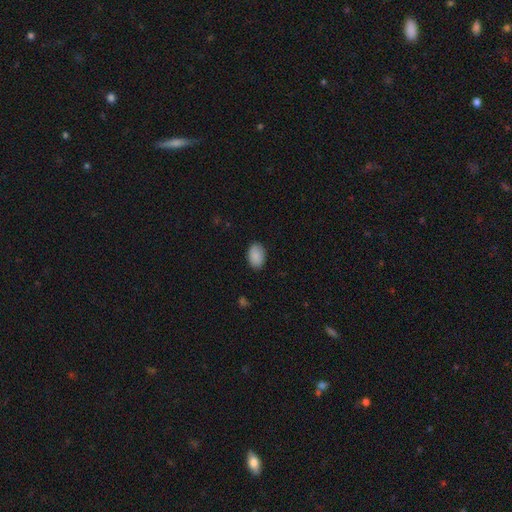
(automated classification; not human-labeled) Smooth or featured? Predicted: smooth (p=0.90). How rounded? Predicted: in between (p=0.89). Merging? Predicted: none (p=0.88).